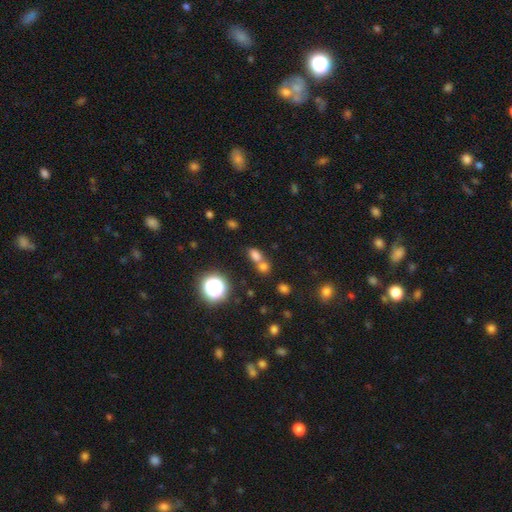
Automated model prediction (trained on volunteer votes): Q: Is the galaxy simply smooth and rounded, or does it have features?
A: smooth — 70%.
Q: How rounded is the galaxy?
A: in between — 63%.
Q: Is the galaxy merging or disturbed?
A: merger — 49%.